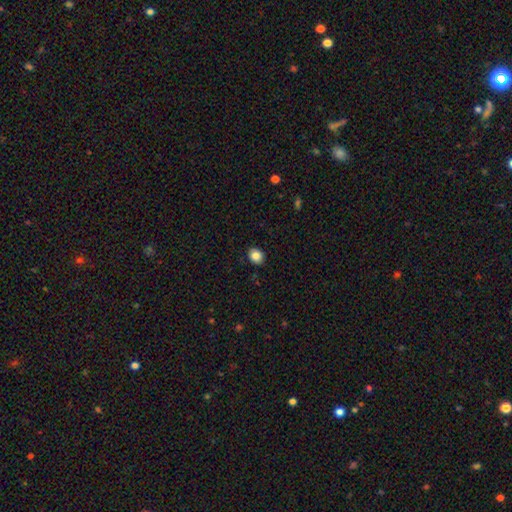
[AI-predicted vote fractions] Morphology: type=smooth (86%); roundness=in between (52%); merging=none (89%).